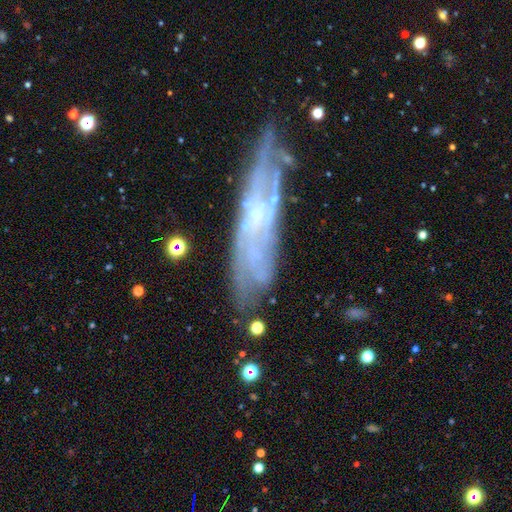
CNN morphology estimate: Smooth or featured? Predicted: featured or disk (p=0.72). Edge-on disk? Predicted: no (p=0.59). Merging? Predicted: none (p=0.72).